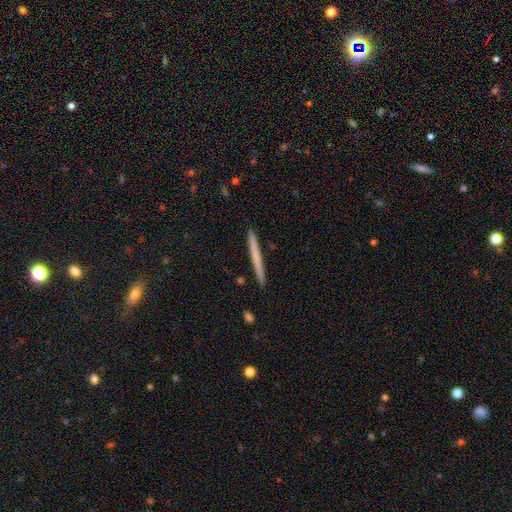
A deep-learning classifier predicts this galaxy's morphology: smooth_or_featured: smooth (p=0.57) [alt: featured or disk p=0.37]
how_rounded: cigar-shaped (p=0.97) [alt: in between p=0.01]
merging: none (p=0.92) [alt: minor disturbance p=0.05]